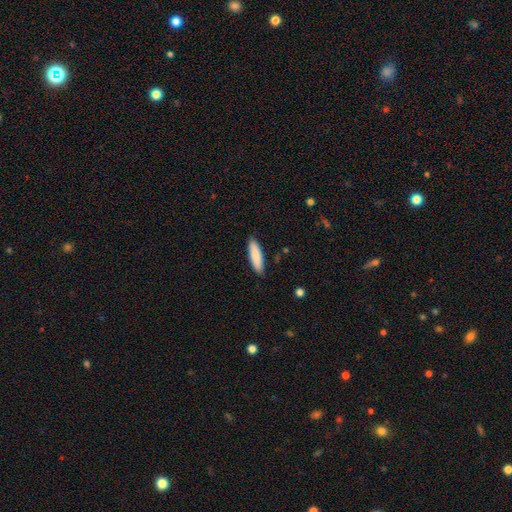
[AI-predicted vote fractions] The model was most divided on "how rounded": cigar-shaped: 65%, in between: 34%, round: 1%. More confident: merging — none (88%); smooth or featured — smooth (86%).